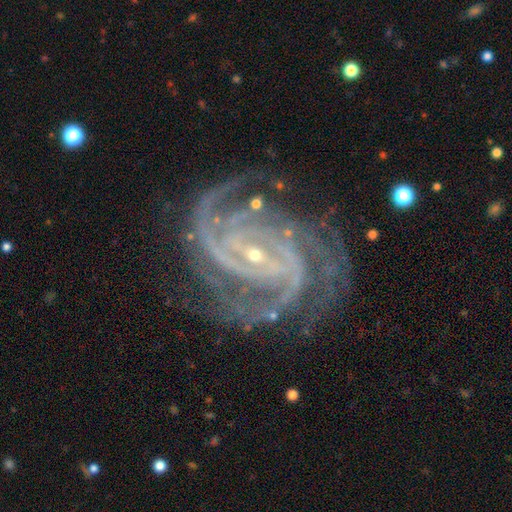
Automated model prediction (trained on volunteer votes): Smooth or featured? featured or disk (93%)
Edge-on disk? no (98%)
Bar? weak (38%)
Spiral arms? yes (99%)
Spiral winding? tight (61%)
Spiral arm count? 4 (23%)
Bulge size? small (85%)
Merging? none (74%)